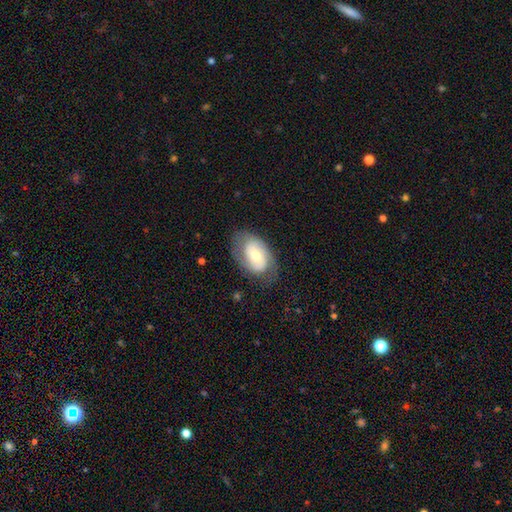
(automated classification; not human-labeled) Smooth or featured? Predicted: featured or disk (p=0.49). Merging? Predicted: none (p=0.63).